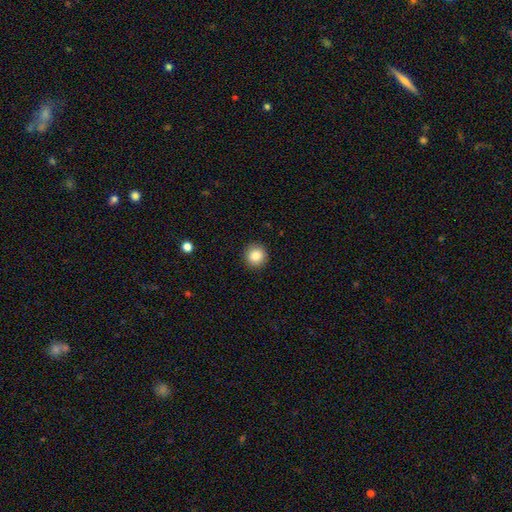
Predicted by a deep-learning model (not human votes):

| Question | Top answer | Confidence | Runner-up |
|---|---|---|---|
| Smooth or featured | smooth | 84% | star or artifact (9%) |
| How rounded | round | 94% | in between (5%) |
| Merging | none | 92% | minor disturbance (5%) |